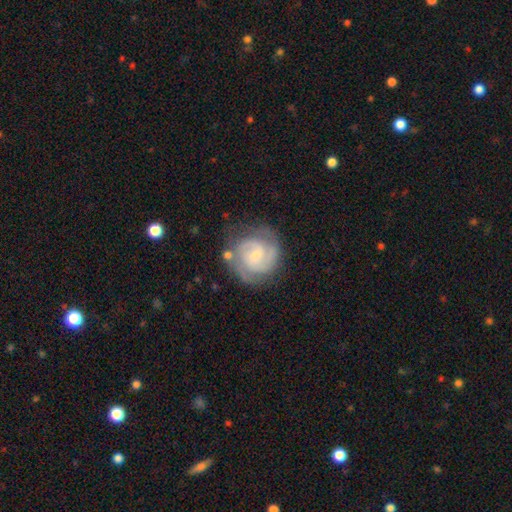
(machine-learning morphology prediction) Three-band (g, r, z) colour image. It shows a featured or disk galaxy (83%) with a weak bar (48%), 2 (51%) tight (53%) spiral arms (97%) and a small central bulge (68%). Merging: none (72%).